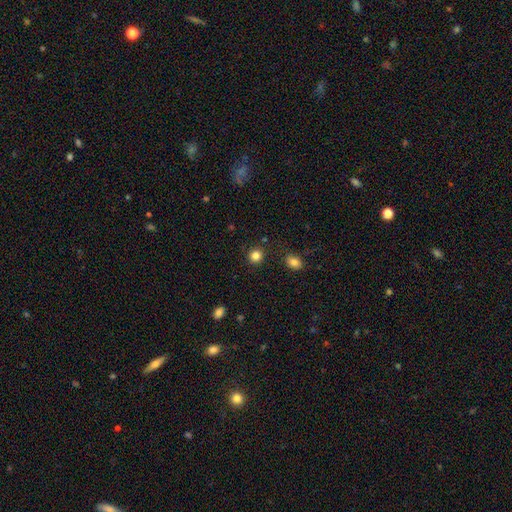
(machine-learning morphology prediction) Q: Smooth or featured?
A: smooth (84%); runner-up: star or artifact (12%)
Q: How rounded?
A: round (90%); runner-up: in between (9%)
Q: Merging?
A: none (88%); runner-up: minor disturbance (7%)